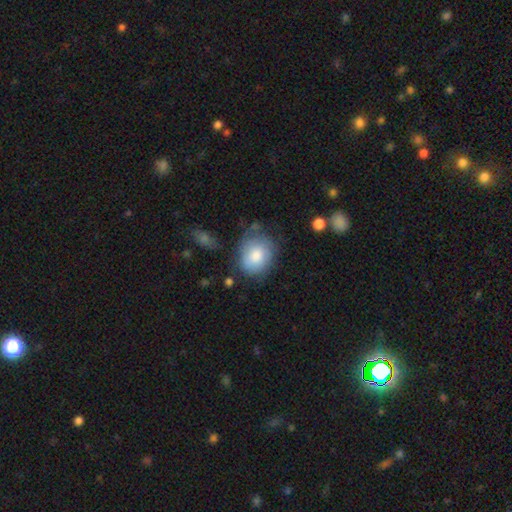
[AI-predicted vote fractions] This is likely a smooth galaxy (74%). How rounded: possibly round (59%). Merging: likely none (62%).